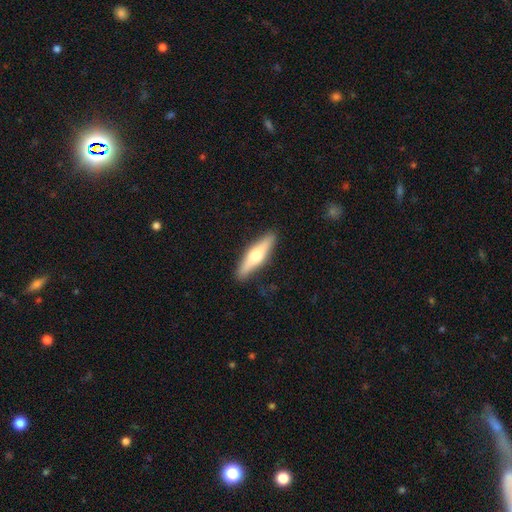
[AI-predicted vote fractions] Morphology: type=featured or disk (50%); edge-on=yes (93%); merging=none (90%).